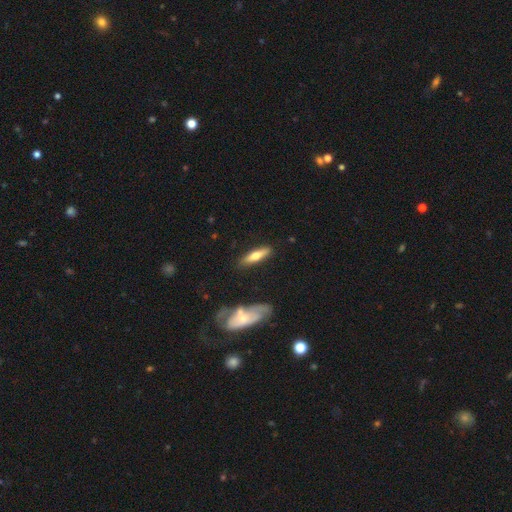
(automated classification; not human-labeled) Smooth or featured?
  - smooth: 58% *
  - featured or disk: 36%
  - star or artifact: 6%
How rounded?
  - cigar-shaped: 72% *
  - in between: 26%
  - round: 2%
Merging?
  - none: 83% *
  - minor disturbance: 11%
  - merger: 3%
  - major disturbance: 3%